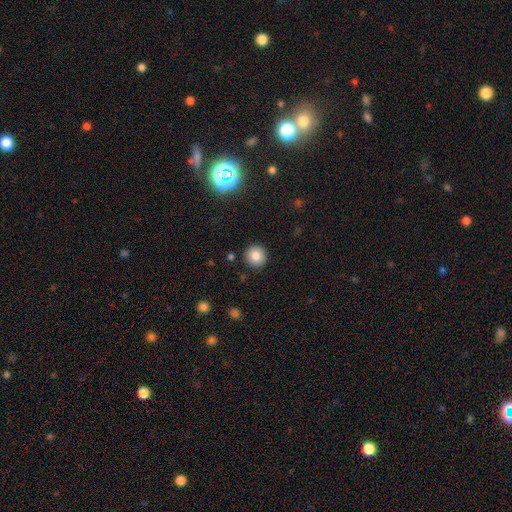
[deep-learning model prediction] Q: Smooth or featured?
A: smooth (83%); runner-up: star or artifact (11%)
Q: How rounded?
A: round (94%); runner-up: in between (5%)
Q: Merging?
A: none (91%); runner-up: minor disturbance (6%)